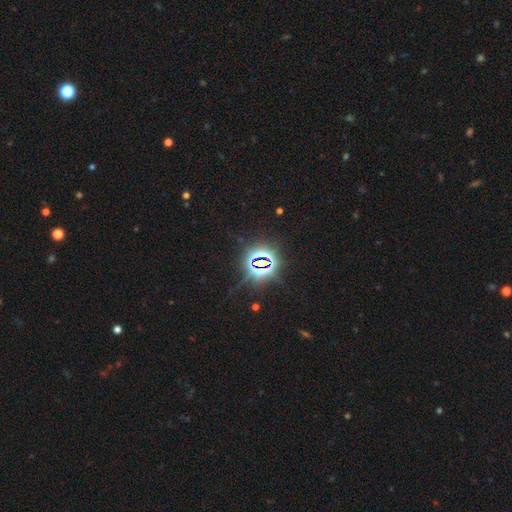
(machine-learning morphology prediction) star or artifact 82%, smooth 11%, featured or disk 8%.